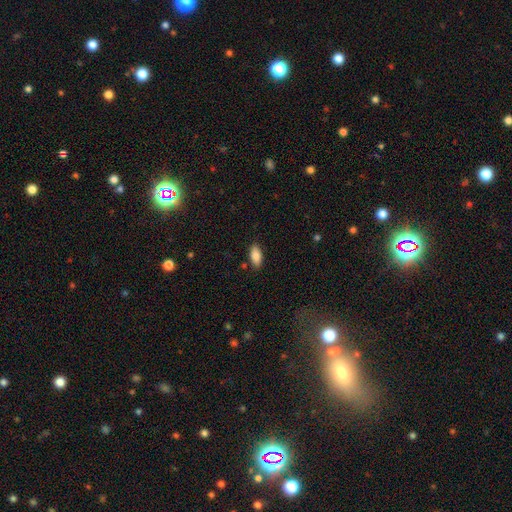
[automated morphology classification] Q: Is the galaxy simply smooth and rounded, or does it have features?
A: smooth — 85%.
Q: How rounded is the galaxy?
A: in between — 90%.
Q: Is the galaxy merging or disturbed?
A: none — 86%.